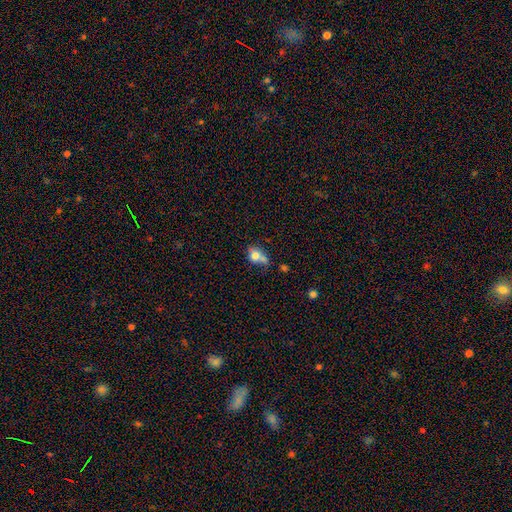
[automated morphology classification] Overall: smooth (72%). How rounded: in between (55%; round 42%). Merging: none (34%; merger 28%).